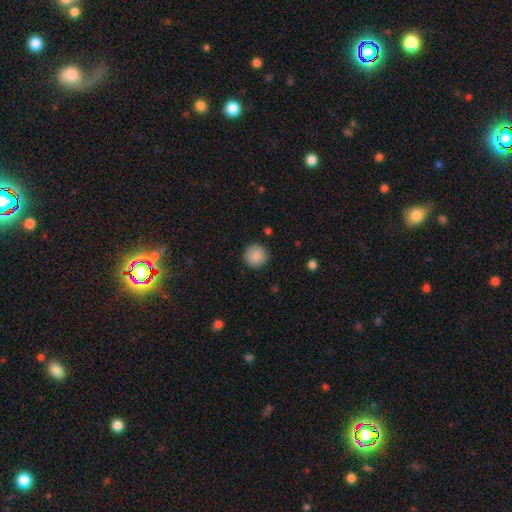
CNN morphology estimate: A smooth galaxy with no disk features (87%) that is round (95%). Merging: none (90%).